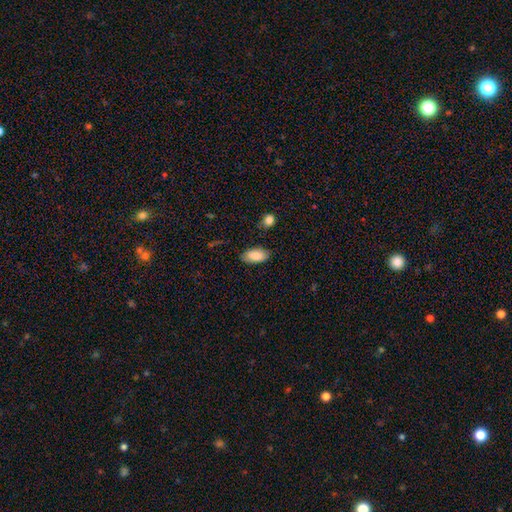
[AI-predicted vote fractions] Morphology: type=smooth (87%); roundness=in between (92%); merging=none (80%).